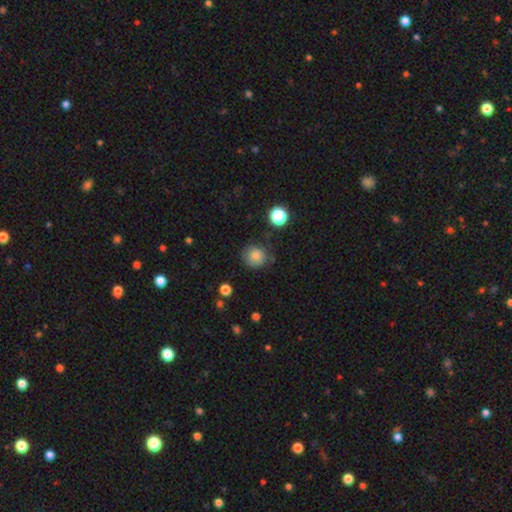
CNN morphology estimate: The model was most divided on "merging": none: 76%, minor disturbance: 17%, major disturbance: 5%, merger: 3%. More confident: how rounded — round (88%); smooth or featured — smooth (80%).